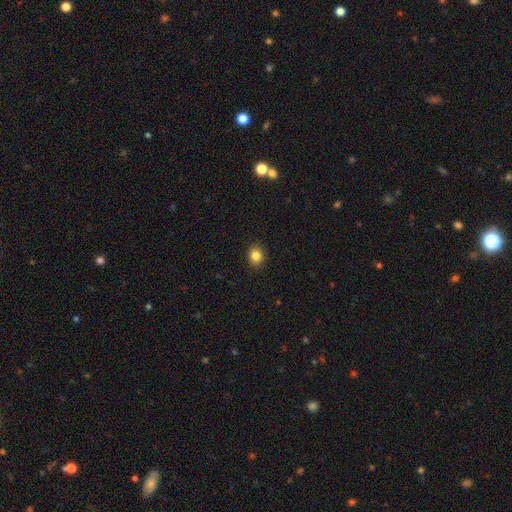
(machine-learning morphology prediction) Q: Smooth or featured?
A: smooth (84%); runner-up: star or artifact (11%)
Q: How rounded?
A: round (64%); runner-up: in between (35%)
Q: Merging?
A: none (90%); runner-up: minor disturbance (7%)